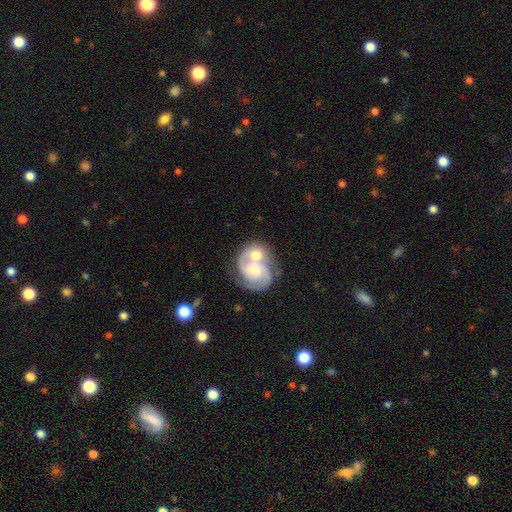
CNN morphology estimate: featured or disk 73%, smooth 21%, star or artifact 5%. Down the decision tree: edge-on disk — no (98%); bar — no (63%); spiral arms — yes (91%); spiral arm count — 2 (79%); spiral winding — medium (46%); bulge size — moderate (46%); merging — merger (61%).